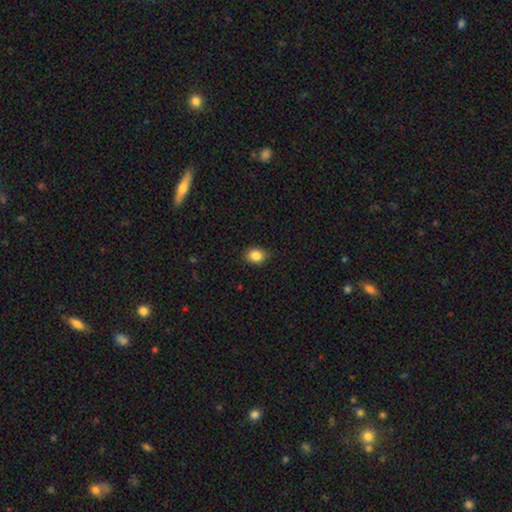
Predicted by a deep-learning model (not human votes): smooth 86%, star or artifact 10%, featured or disk 5%. Down the decision tree: how rounded — round (52%); merging — none (85%).